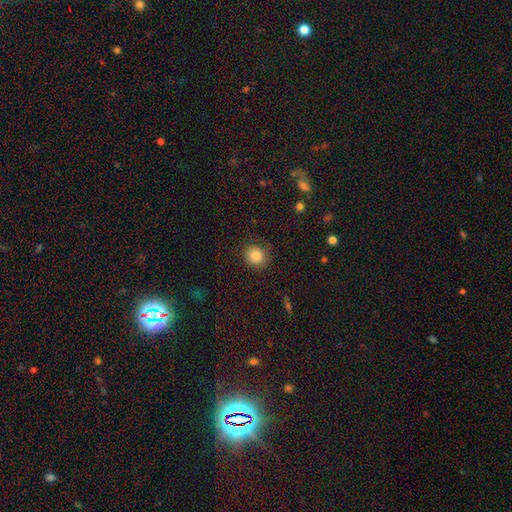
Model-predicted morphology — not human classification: Smooth or featured: smooth — 82% (star or artifact — 11%)
How rounded: round — 89% (in between — 10%)
Merging: none — 81% (minor disturbance — 13%)